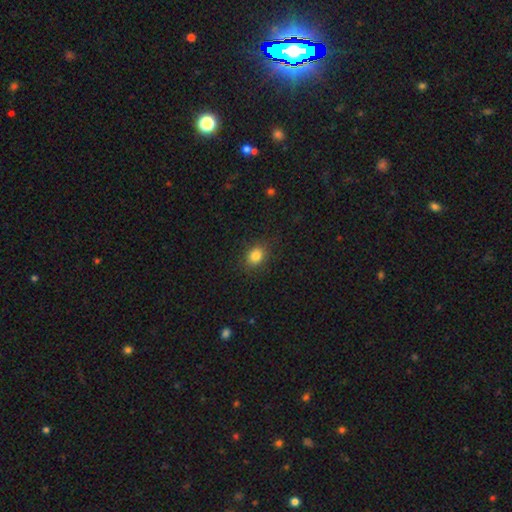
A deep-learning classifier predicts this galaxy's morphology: smooth_or_featured: smooth (p=0.83) [alt: star or artifact p=0.11]
how_rounded: round (p=0.52) [alt: in between p=0.47]
merging: none (p=0.87) [alt: minor disturbance p=0.10]